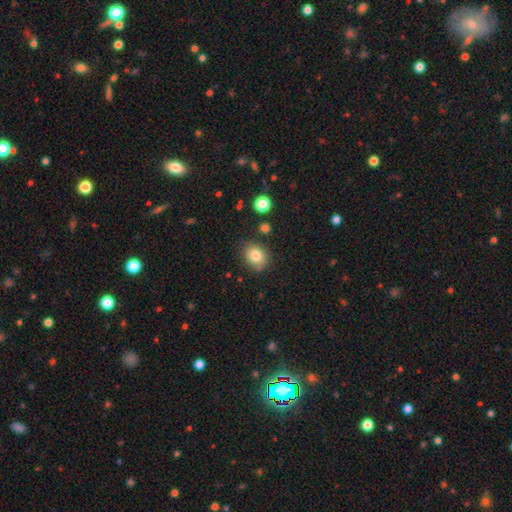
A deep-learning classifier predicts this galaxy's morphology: Q: Smooth or featured?
A: smooth (81%); runner-up: star or artifact (10%)
Q: How rounded?
A: round (60%); runner-up: in between (40%)
Q: Merging?
A: none (80%); runner-up: minor disturbance (13%)